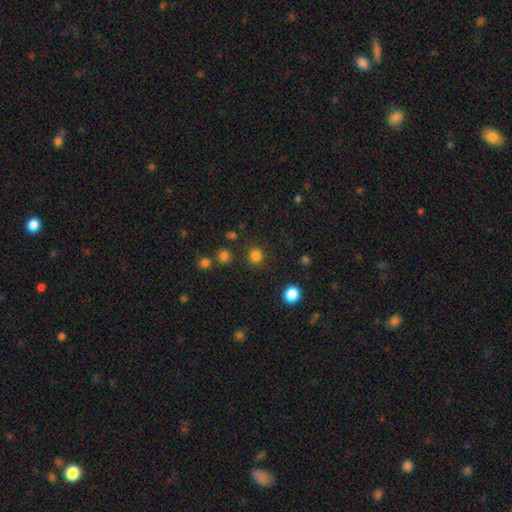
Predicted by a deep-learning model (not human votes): smooth-or-featured: smooth: 81% | star or artifact: 16% | featured or disk: 4%
  how-rounded: round: 90% | in between: 9% | cigar-shaped: 1%
  merging: none: 86% | minor disturbance: 7% | major disturbance: 3% | merger: 3%